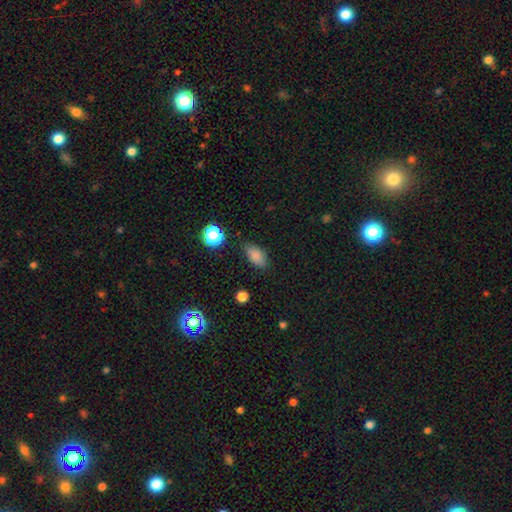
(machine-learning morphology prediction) Smooth or featured?
  - smooth: 82% *
  - star or artifact: 12%
  - featured or disk: 6%
How rounded?
  - in between: 87% *
  - round: 8%
  - cigar-shaped: 5%
Merging?
  - none: 80% *
  - minor disturbance: 15%
  - major disturbance: 4%
  - merger: 2%